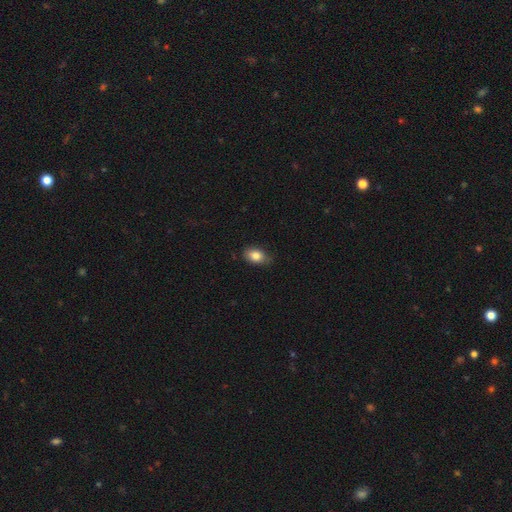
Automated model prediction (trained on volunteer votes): Smooth or featured: smooth — 82% (featured or disk — 10%)
How rounded: in between — 83% (round — 15%)
Merging: none — 75% (minor disturbance — 21%)